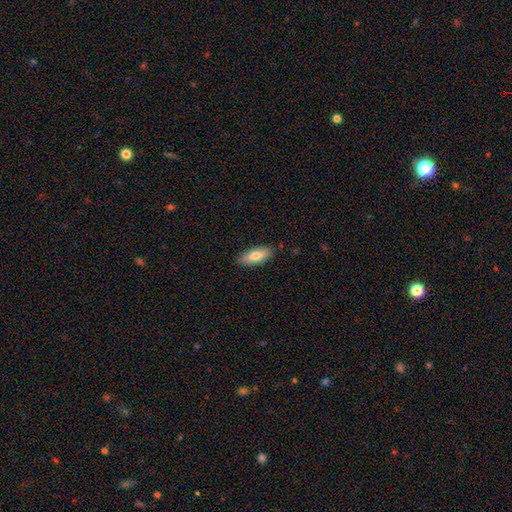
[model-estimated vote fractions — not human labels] This is likely a smooth galaxy (76%). How rounded: likely in between (77%). Merging: clearly none (86%).